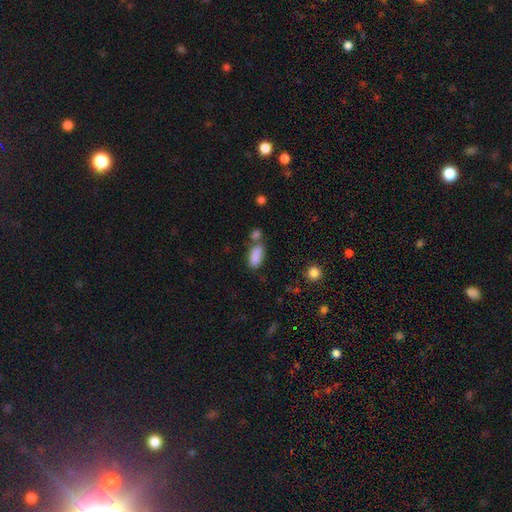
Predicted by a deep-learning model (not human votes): This appears to be a smooth galaxy with no disk features (87%) that is in between round and cigar-shaped (86%). Merging: none (56%).